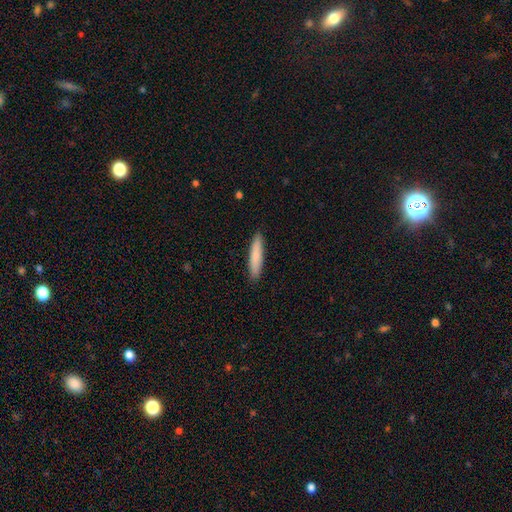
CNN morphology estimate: Smooth or featured? Predicted: smooth (p=0.80). How rounded? Predicted: cigar-shaped (p=0.89). Merging? Predicted: none (p=0.91).